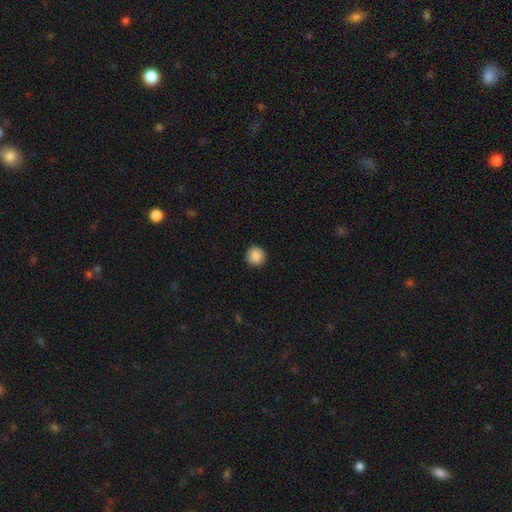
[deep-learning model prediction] Smooth or featured? smooth (87%)
How rounded? round (93%)
Merging? none (91%)